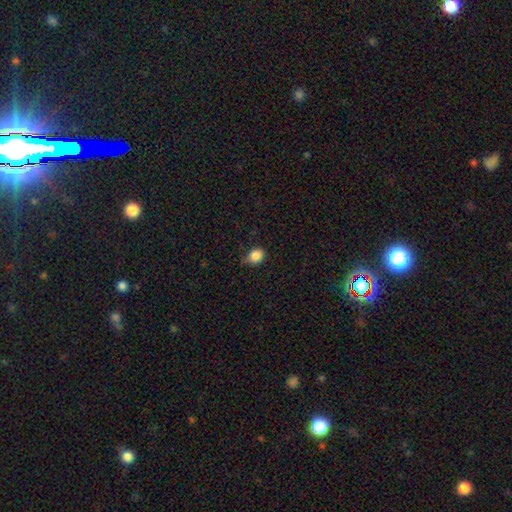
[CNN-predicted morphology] smooth_or_featured: smooth (p=0.86) [alt: star or artifact p=0.10]
how_rounded: round (p=0.61) [alt: in between p=0.38]
merging: none (p=0.68) [alt: minor disturbance p=0.26]